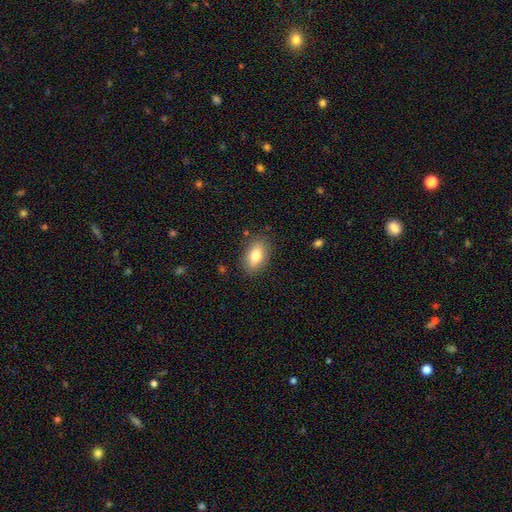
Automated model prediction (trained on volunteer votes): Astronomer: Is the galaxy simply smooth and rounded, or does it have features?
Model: smooth — 77%.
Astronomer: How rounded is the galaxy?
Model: in between — 88%.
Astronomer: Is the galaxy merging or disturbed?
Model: none — 85%.